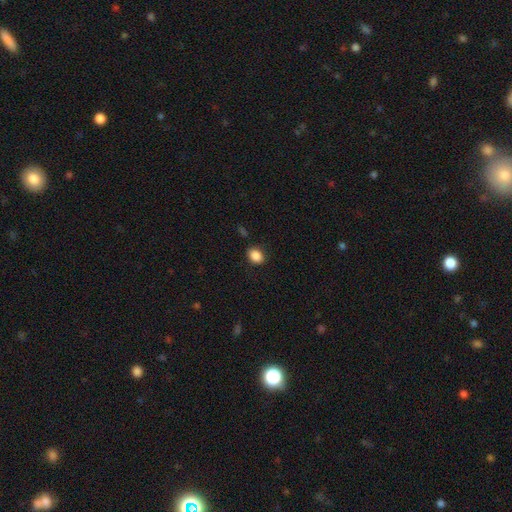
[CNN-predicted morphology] smooth_or_featured: smooth (p=0.88) [alt: star or artifact p=0.09]
how_rounded: in between (p=0.56) [alt: round p=0.43]
merging: none (p=0.85) [alt: minor disturbance p=0.10]